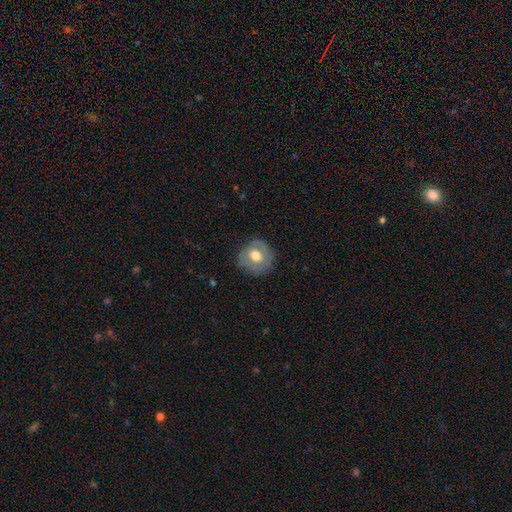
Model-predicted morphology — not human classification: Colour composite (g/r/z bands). It shows a smooth galaxy with no disk features (52%) that is round (86%). Merging: none (73%).